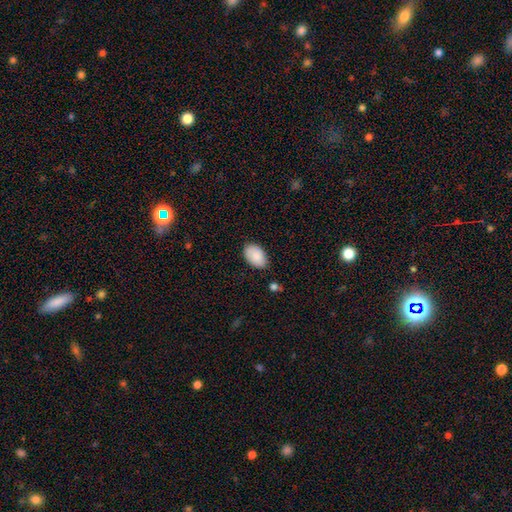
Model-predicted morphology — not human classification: Smooth or featured: smooth — 89% (star or artifact — 6%)
How rounded: in between — 92% (round — 7%)
Merging: none — 80% (minor disturbance — 16%)